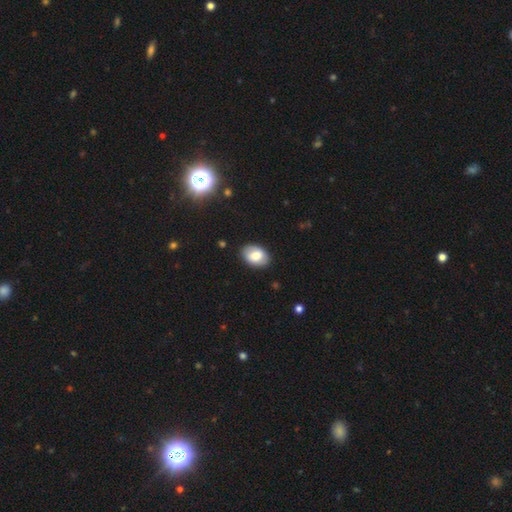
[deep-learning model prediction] smooth-or-featured: smooth: 77% | featured or disk: 16% | star or artifact: 7%
  how-rounded: in between: 85% | round: 14% | cigar-shaped: 1%
  merging: none: 84% | minor disturbance: 12% | major disturbance: 3% | merger: 1%